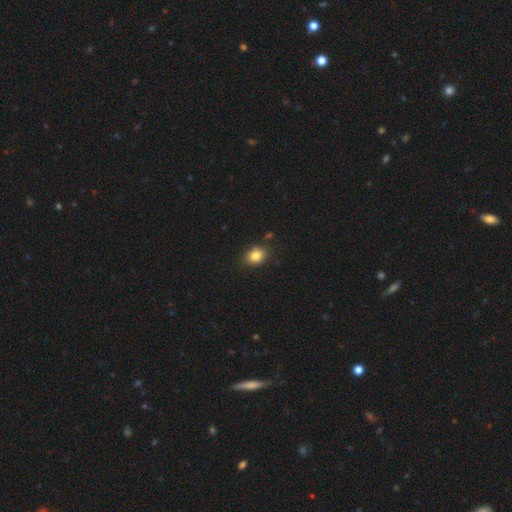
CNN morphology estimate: This is clearly a smooth galaxy (82%). How rounded: possibly in between (59%). Merging: clearly none (81%).